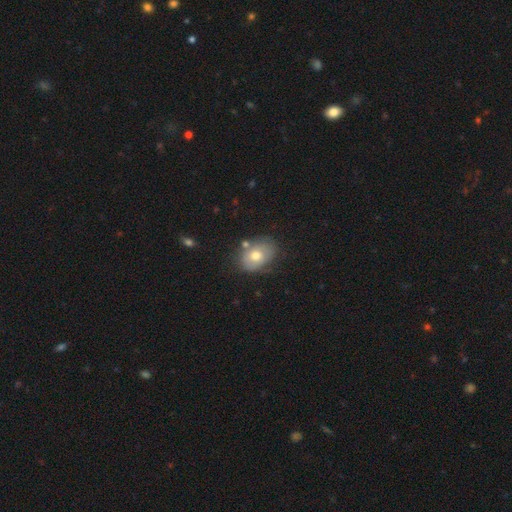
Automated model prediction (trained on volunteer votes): Q: Smooth or featured?
A: smooth (66%); runner-up: featured or disk (26%)
Q: How rounded?
A: in between (73%); runner-up: round (25%)
Q: Merging?
A: none (66%); runner-up: minor disturbance (21%)